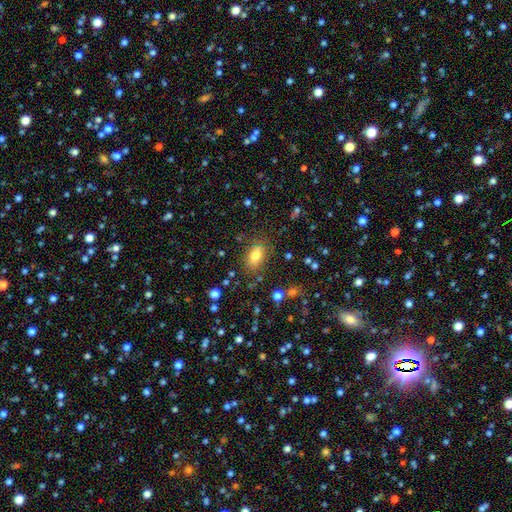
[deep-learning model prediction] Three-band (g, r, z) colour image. It shows a smooth galaxy with no disk features (78%) that is in between round and cigar-shaped (86%). Merging: none (78%).